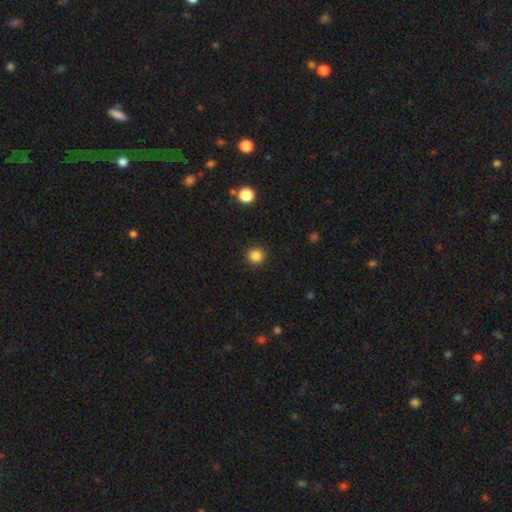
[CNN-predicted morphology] A smooth galaxy with no disk features (85%) that is round (95%). Merging: none (92%).